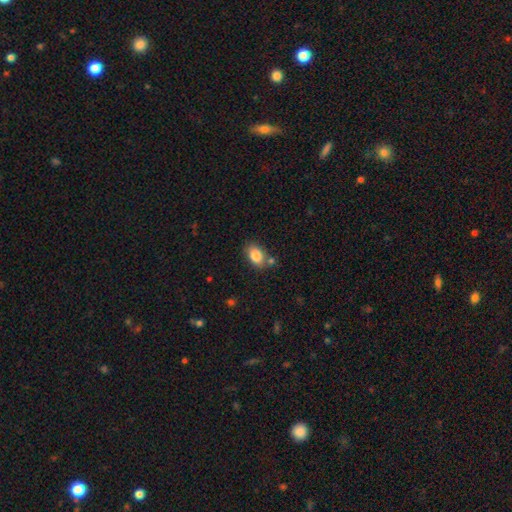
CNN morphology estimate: Smooth or featured: smooth — 85% (star or artifact — 8%)
How rounded: in between — 86% (round — 13%)
Merging: none — 73% (minor disturbance — 14%)